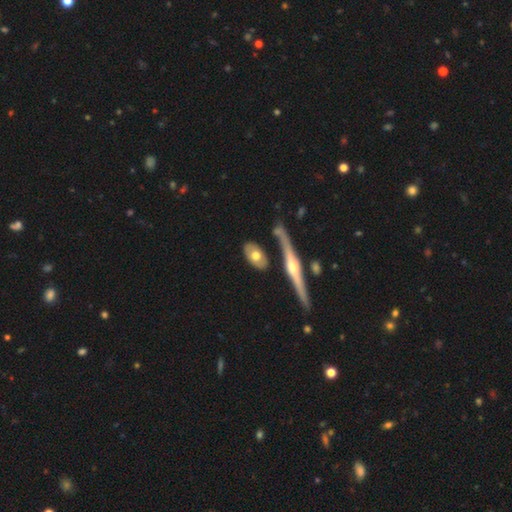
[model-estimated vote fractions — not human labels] Q: Smooth or featured?
A: smooth (57%); runner-up: featured or disk (38%)
Q: How rounded?
A: in between (87%); runner-up: round (7%)
Q: Merging?
A: none (69%); runner-up: minor disturbance (17%)